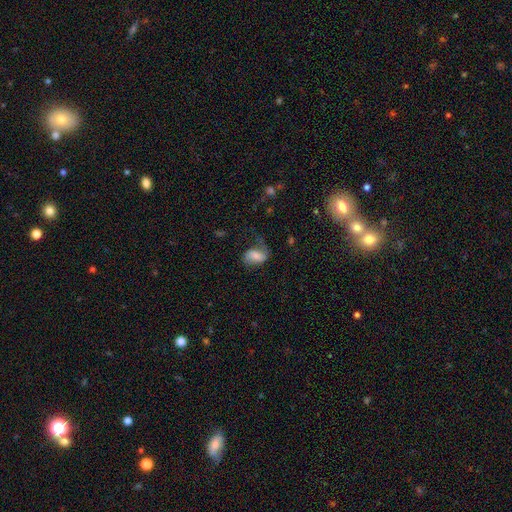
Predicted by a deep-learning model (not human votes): This is possibly a smooth galaxy (53%). How rounded: clearly in between (86%). Merging: possibly none (48%).